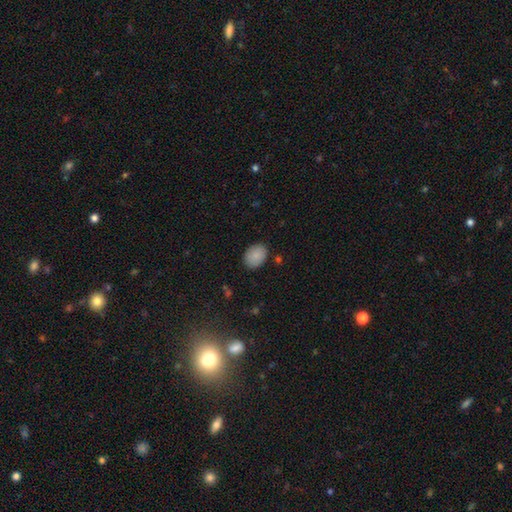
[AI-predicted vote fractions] Smooth or featured? Predicted: smooth (p=0.89). How rounded? Predicted: in between (p=0.71). Merging? Predicted: none (p=0.86).